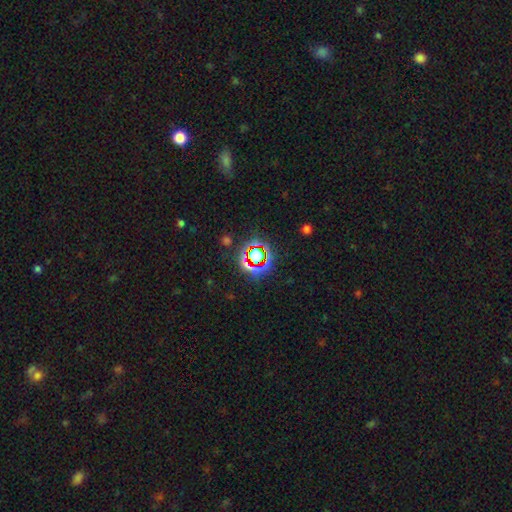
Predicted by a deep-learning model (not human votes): Smooth or featured: star or artifact — 71% (smooth — 19%)